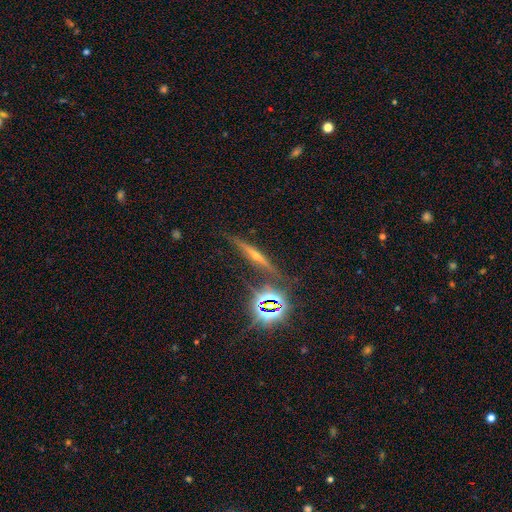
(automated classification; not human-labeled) Smooth or featured? featured or disk (53%)
Edge-on disk? yes (94%)
Merging? none (83%)